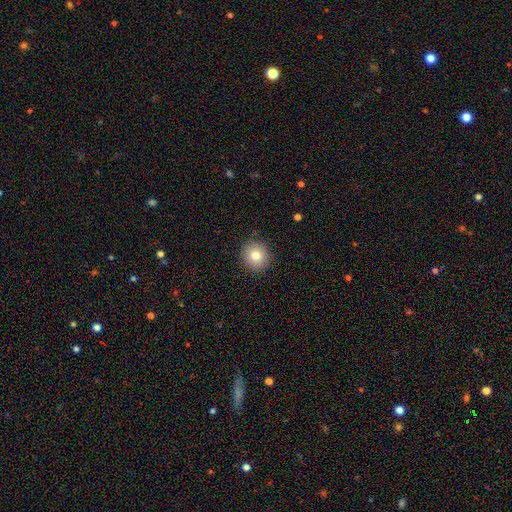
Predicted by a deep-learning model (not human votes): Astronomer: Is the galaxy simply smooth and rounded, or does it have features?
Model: smooth — 81%.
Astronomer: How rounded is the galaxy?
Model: round — 89%.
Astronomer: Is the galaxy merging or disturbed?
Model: none — 90%.